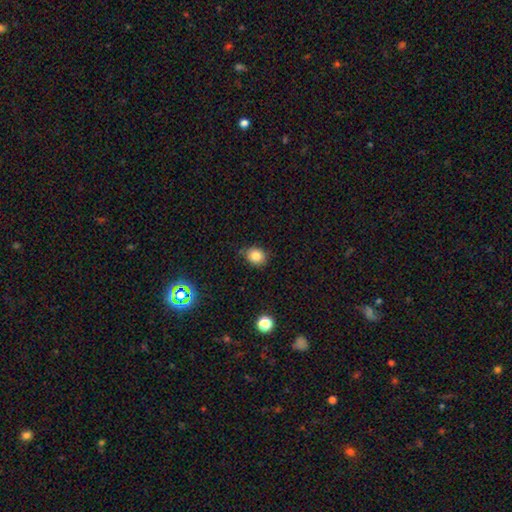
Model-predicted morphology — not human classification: This appears to be a smooth galaxy with no disk features (82%) that is round (71%). Merging: none (78%).